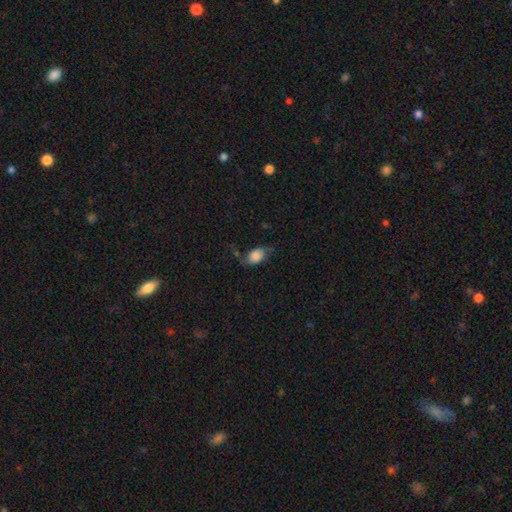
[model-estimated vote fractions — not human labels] This is likely a smooth galaxy (72%). How rounded: clearly in between (84%). Merging: possibly none (53%).